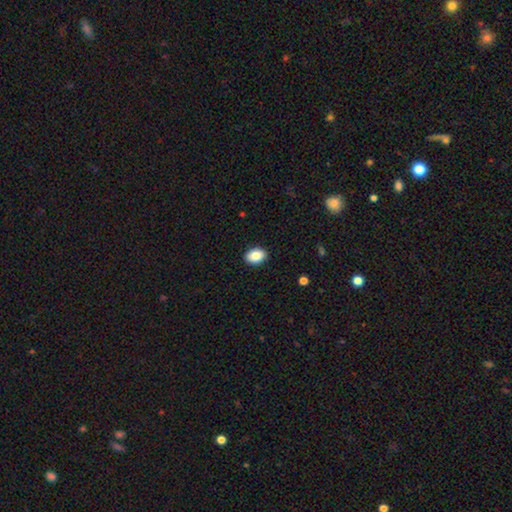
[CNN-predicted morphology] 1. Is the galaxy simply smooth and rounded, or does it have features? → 84% smooth, 8% featured or disk, 8% star or artifact.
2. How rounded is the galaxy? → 77% in between, 22% round, 1% cigar-shaped.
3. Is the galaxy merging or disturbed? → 90% none, 7% minor disturbance, 2% major disturbance, 1% merger.